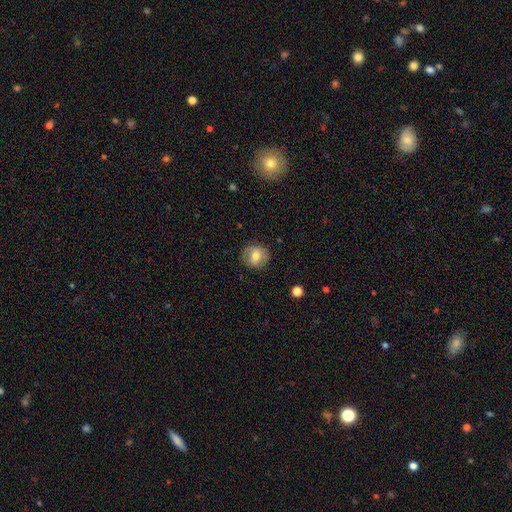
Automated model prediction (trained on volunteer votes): A smooth galaxy with no disk features (67%) that is round (84%). Merging: none (84%).